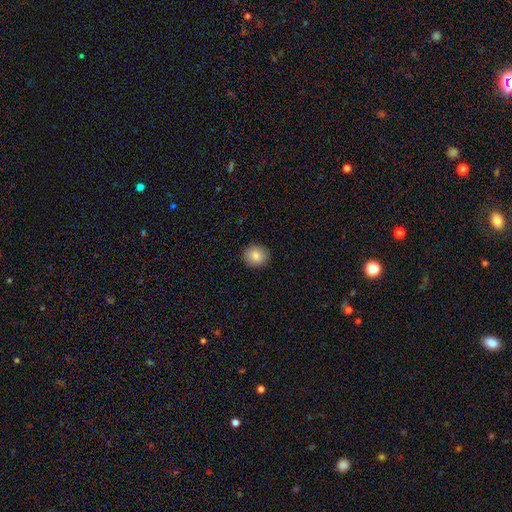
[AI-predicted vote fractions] Smooth or featured: smooth — 84% (star or artifact — 9%)
How rounded: round — 76% (in between — 23%)
Merging: none — 91% (minor disturbance — 6%)